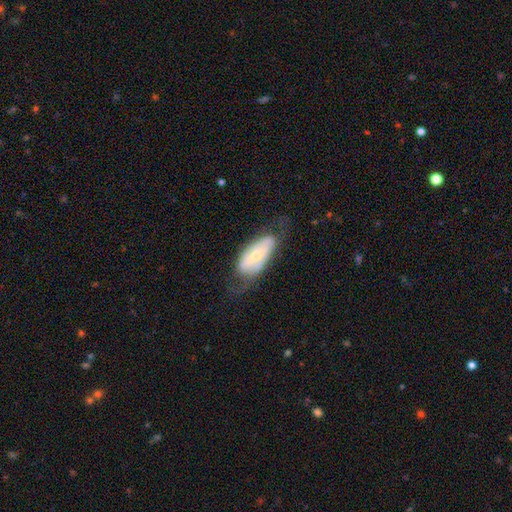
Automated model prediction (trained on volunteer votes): smooth-or-featured: featured or disk: 64% | smooth: 30% | star or artifact: 6%
  disk-edge-on: no: 88% | yes: 12%
    bar: weak: 35% | no: 34% | strong: 31%
    has-spiral-arms: yes: 72% | no: 28%
    bulge-size: small: 55% | moderate: 39% | large: 3% | none: 2% | dominant: 1%
  merging: none: 56% | minor disturbance: 25% | major disturbance: 17% | merger: 2%